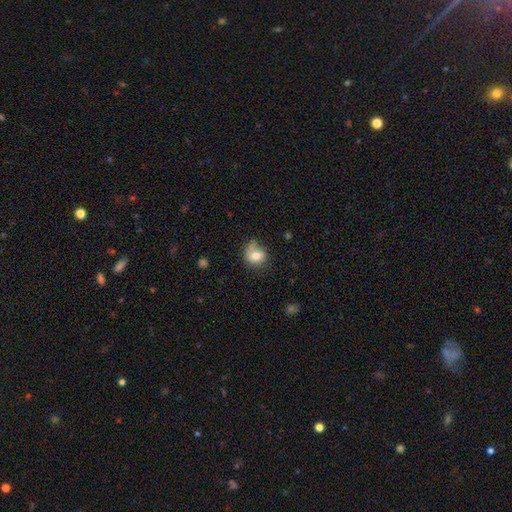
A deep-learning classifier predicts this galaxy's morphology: type=smooth (72%); roundness=round (54%); merging=none (42%).